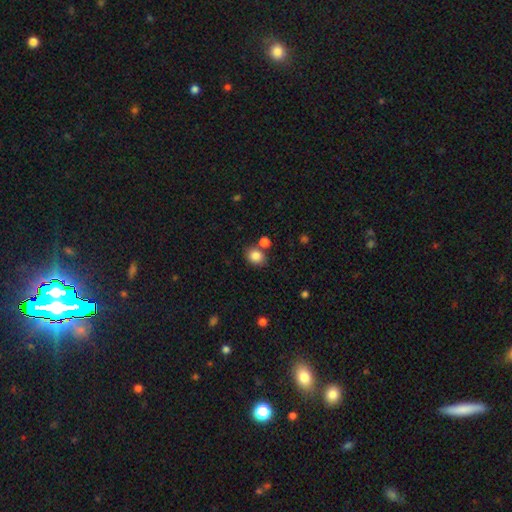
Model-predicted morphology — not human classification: The model was most divided on "how rounded": round: 60%, in between: 39%, cigar-shaped: 1%. More confident: smooth or featured — smooth (84%); merging — none (71%).